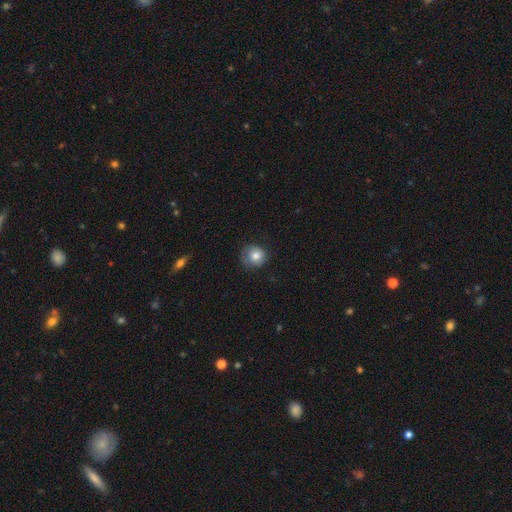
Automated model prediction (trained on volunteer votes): smooth-or-featured: smooth: 79% | featured or disk: 12% | star or artifact: 9%
  how-rounded: round: 87% | in between: 12% | cigar-shaped: 1%
  merging: none: 68% | minor disturbance: 23% | major disturbance: 7% | merger: 1%